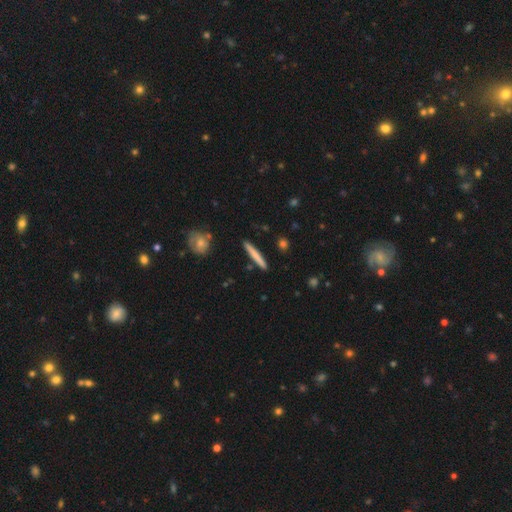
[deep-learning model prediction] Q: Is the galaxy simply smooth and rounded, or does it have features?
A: smooth — 69%.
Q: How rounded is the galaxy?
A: cigar-shaped — 96%.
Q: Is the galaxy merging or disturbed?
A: none — 90%.